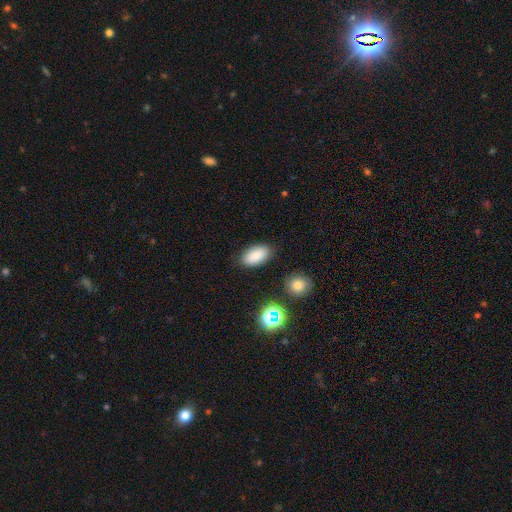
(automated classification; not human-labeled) Smooth or featured? smooth (83%)
How rounded? in between (93%)
Merging? none (84%)